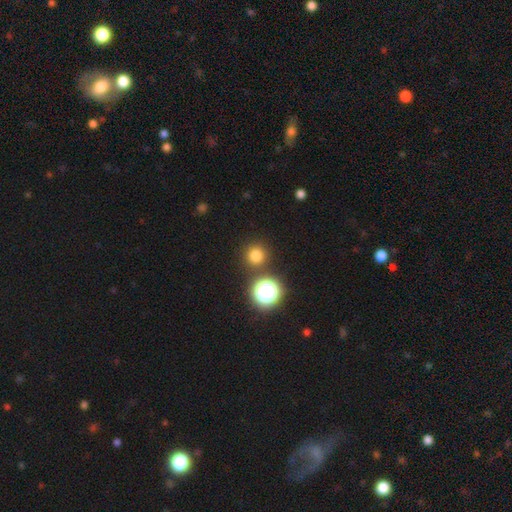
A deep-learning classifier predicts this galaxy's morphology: Smooth or featured: smooth — 76% (star or artifact — 18%)
How rounded: round — 95% (in between — 4%)
Merging: none — 87% (minor disturbance — 6%)